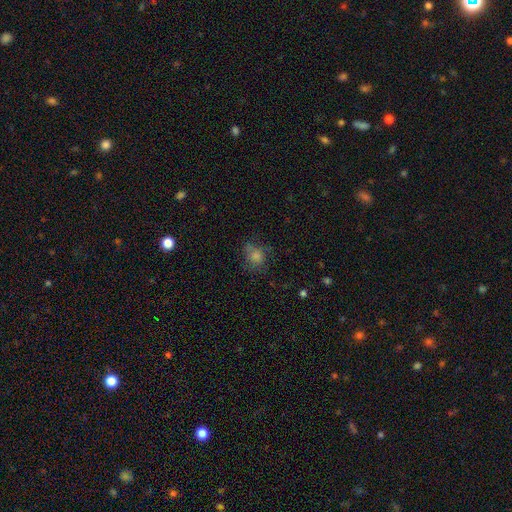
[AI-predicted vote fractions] Morphology: type=smooth (59%); roundness=round (74%); merging=none (64%).